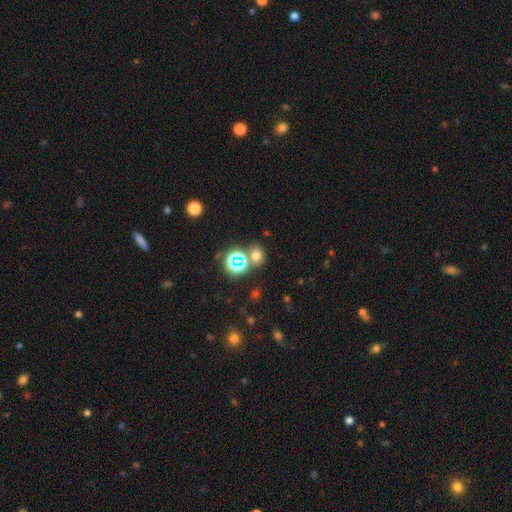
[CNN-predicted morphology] This appears to be a smooth galaxy with no disk features (62%) that is round (66%). Merging: none (70%).